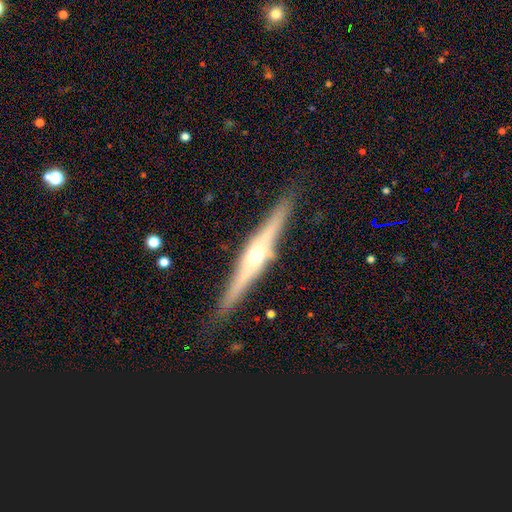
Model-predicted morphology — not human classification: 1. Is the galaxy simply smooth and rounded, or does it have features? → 81% featured or disk, 13% smooth, 6% star or artifact.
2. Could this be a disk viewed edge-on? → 97% yes, 3% no.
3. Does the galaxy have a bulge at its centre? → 81% rounded, 12% boxy, 6% none.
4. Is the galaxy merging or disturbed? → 89% none, 8% minor disturbance, 2% major disturbance, 1% merger.